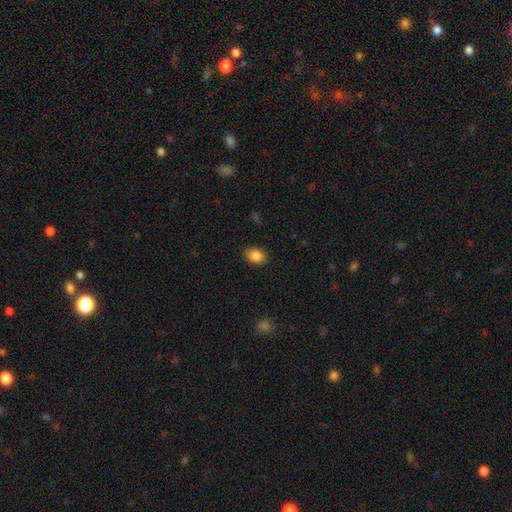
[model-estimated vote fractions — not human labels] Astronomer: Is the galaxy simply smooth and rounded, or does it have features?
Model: smooth — 87%.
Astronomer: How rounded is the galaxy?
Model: in between — 76%.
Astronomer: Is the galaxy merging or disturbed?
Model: none — 87%.